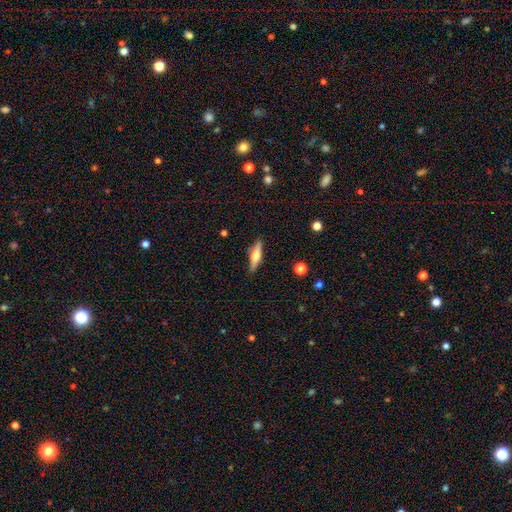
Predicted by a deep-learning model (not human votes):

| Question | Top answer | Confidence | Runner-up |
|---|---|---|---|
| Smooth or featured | featured or disk | 57% | smooth (37%) |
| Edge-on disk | yes | 94% | no (6%) |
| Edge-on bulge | rounded | 93% | boxy (5%) |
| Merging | none | 87% | minor disturbance (9%) |